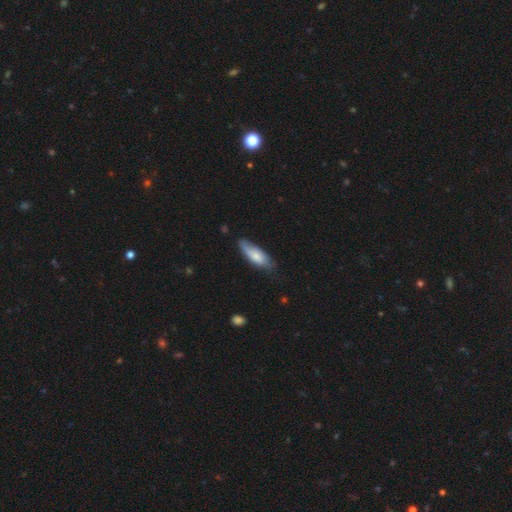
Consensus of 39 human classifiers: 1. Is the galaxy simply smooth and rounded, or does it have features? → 59% smooth, 38% featured or disk, 3% star or artifact.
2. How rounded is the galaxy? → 61% in between, 39% cigar-shaped, 0% round.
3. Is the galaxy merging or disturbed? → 55% none, 39% minor disturbance, 5% major disturbance, 0% merger.